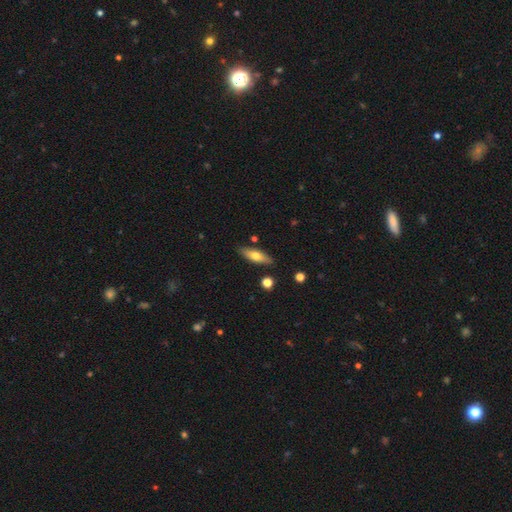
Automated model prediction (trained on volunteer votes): Smooth or featured?
  - smooth: 61% *
  - featured or disk: 33%
  - star or artifact: 6%
How rounded?
  - in between: 51% *
  - cigar-shaped: 46%
  - round: 3%
Merging?
  - none: 85% *
  - minor disturbance: 10%
  - merger: 3%
  - major disturbance: 2%